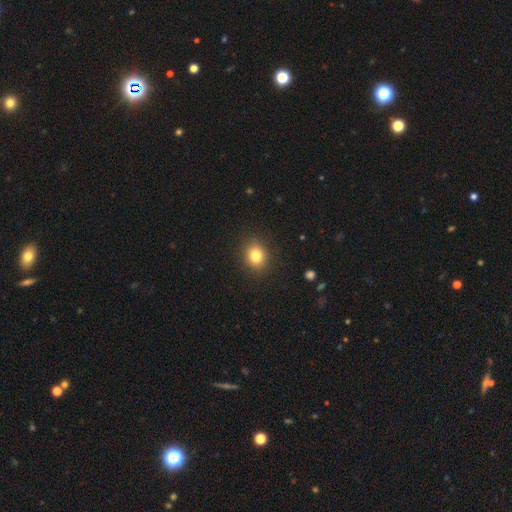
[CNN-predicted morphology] This is clearly a smooth galaxy (81%). How rounded: likely round (71%). Merging: clearly none (89%).